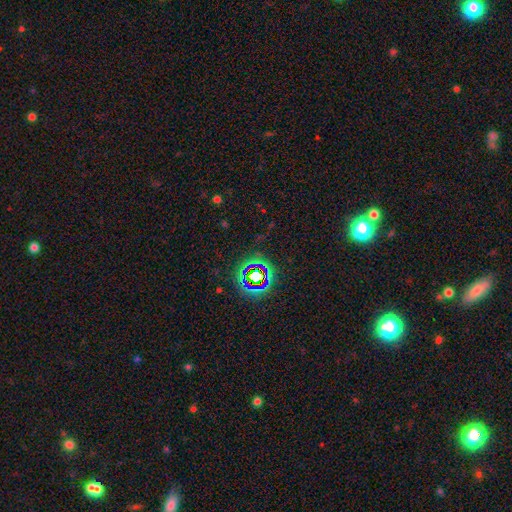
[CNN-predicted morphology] This appears to be a star or artifact, not a galaxy (49%).